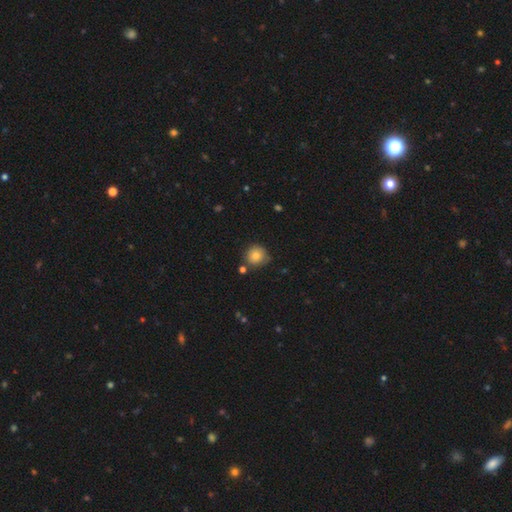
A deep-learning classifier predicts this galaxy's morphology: Smooth or featured: smooth — 81% (star or artifact — 10%)
How rounded: round — 90% (in between — 9%)
Merging: none — 76% (minor disturbance — 16%)